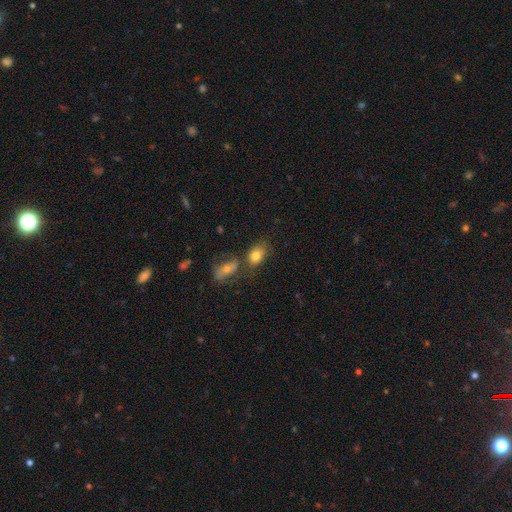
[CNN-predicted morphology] type=smooth (79%); roundness=in between (82%); merging=none (50%).